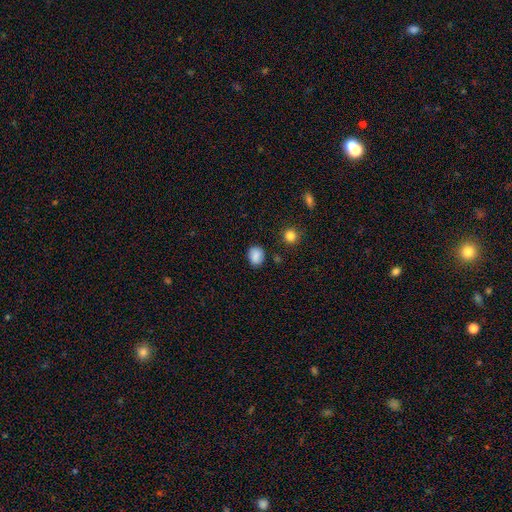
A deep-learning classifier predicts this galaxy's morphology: type=smooth (86%); roundness=round (52%); merging=none (80%).